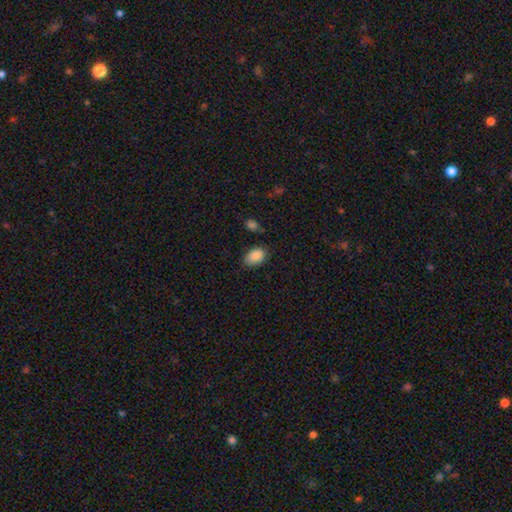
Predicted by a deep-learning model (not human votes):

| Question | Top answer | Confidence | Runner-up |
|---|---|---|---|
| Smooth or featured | smooth | 88% | star or artifact (7%) |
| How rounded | in between | 87% | round (12%) |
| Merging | none | 74% | minor disturbance (19%) |